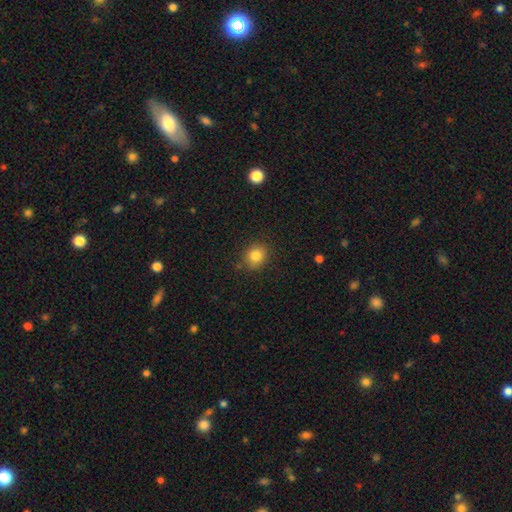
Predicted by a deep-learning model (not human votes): smooth-or-featured: smooth: 82% | star or artifact: 11% | featured or disk: 6%
  how-rounded: round: 76% | in between: 23% | cigar-shaped: 1%
  merging: none: 84% | minor disturbance: 11% | major disturbance: 3% | merger: 2%